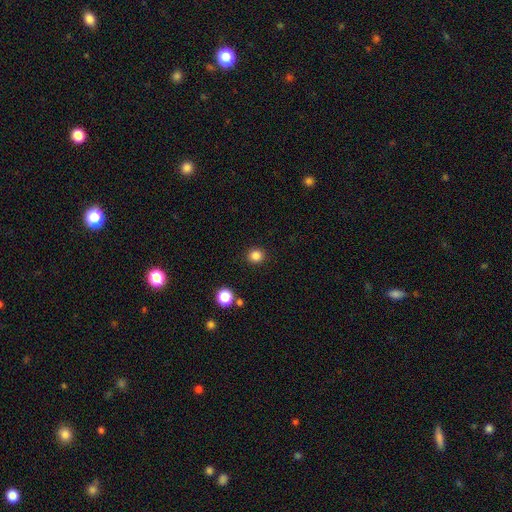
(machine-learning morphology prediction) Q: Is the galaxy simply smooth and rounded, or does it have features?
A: smooth — 84%.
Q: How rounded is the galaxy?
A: round — 89%.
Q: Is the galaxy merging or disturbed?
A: none — 91%.